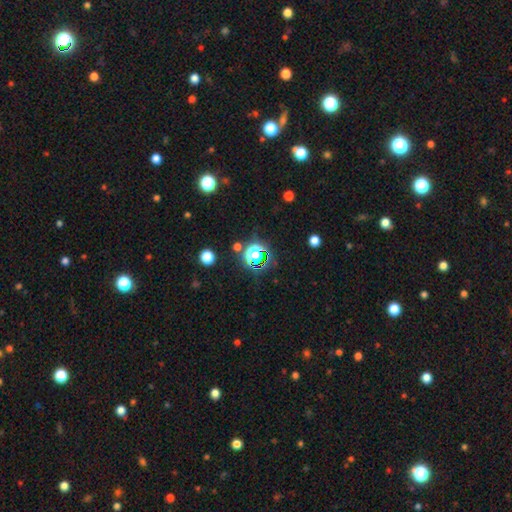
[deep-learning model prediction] This is likely a star or artifact rather than a galaxy (60%).